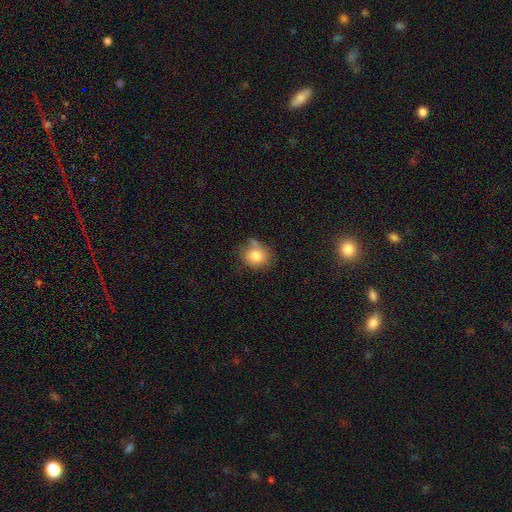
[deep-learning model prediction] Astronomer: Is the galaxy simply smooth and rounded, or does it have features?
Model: smooth — 80%.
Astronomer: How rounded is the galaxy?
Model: round — 71%.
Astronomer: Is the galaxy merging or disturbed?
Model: none — 56%.